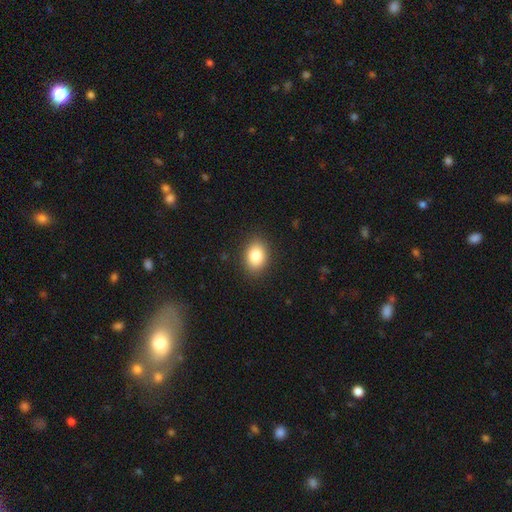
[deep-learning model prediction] This appears to be a smooth galaxy with no disk features (84%) that is in between round and cigar-shaped (74%). Merging: none (88%).